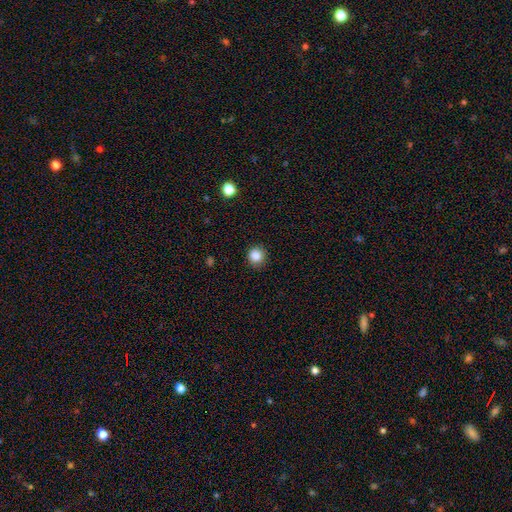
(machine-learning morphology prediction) Q: Smooth or featured?
A: smooth (85%); runner-up: star or artifact (11%)
Q: How rounded?
A: round (91%); runner-up: in between (8%)
Q: Merging?
A: none (89%); runner-up: minor disturbance (8%)